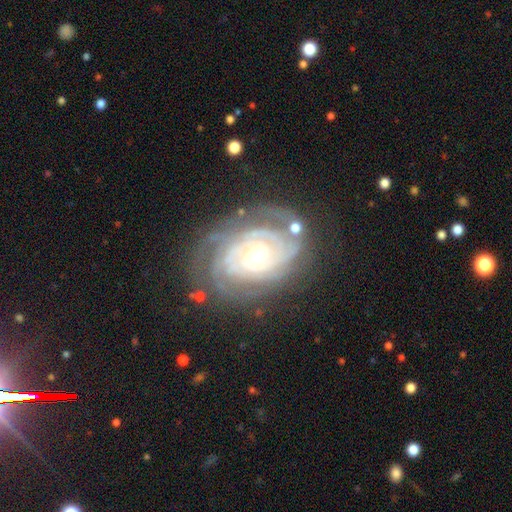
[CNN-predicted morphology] This is clearly a featured or disk galaxy (91%). It is clearly not viewed edge-on (97%). Bar: possibly no (57%). Spiral arm pattern: clearly yes (98%). Spiral arm count: marginally 3 (26%). Spiral winding: clearly tight (82%). Central bulge: possibly moderate (52%). Merging: likely none (72%).